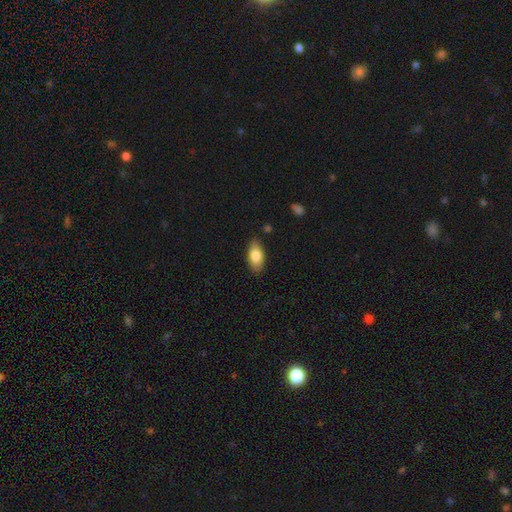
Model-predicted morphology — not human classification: Smooth or featured: smooth — 81% (featured or disk — 12%)
How rounded: in between — 90% (cigar-shaped — 6%)
Merging: none — 86% (minor disturbance — 11%)